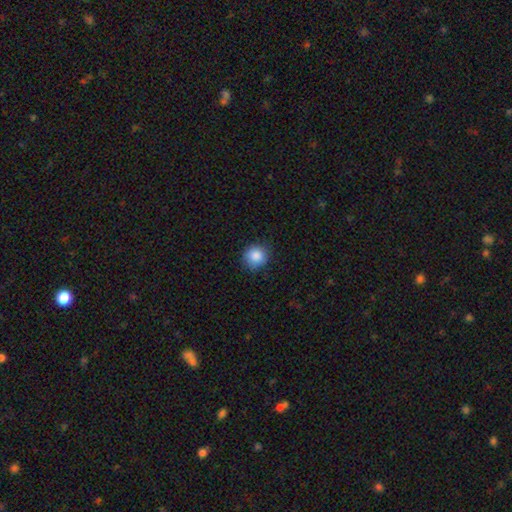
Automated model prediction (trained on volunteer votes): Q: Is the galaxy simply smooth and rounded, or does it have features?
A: smooth — 87%.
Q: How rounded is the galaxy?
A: round — 90%.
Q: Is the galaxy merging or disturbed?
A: none — 86%.